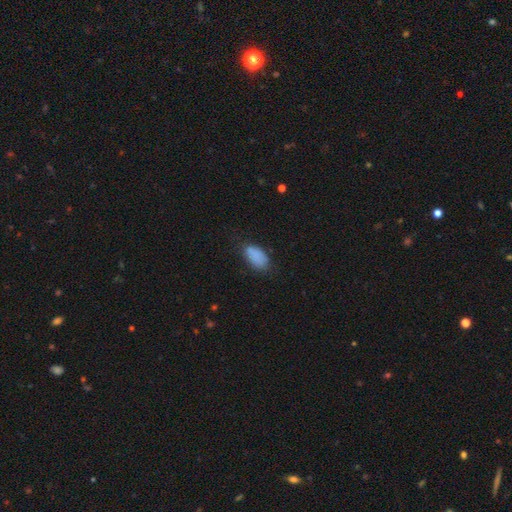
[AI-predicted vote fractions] This is clearly a smooth galaxy (85%). How rounded: clearly in between (93%). Merging: likely none (66%).